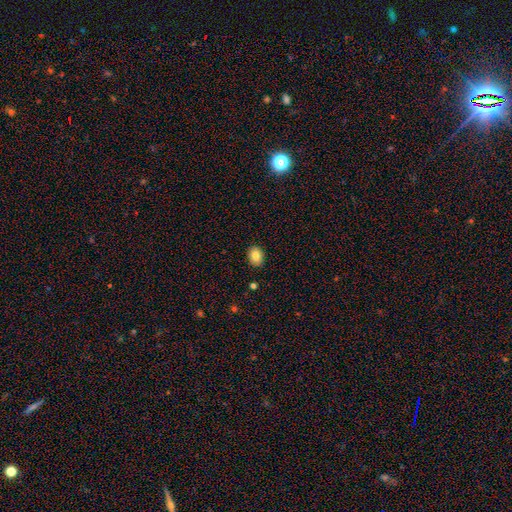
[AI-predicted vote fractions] Overall: smooth (83%). How rounded: in between (65%; round 34%). Merging: none (89%).